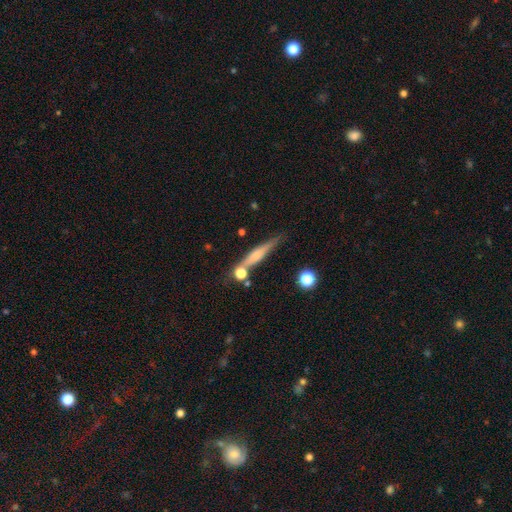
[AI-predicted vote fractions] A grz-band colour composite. It shows a featured or disk galaxy (47%). Merging: none (69%).